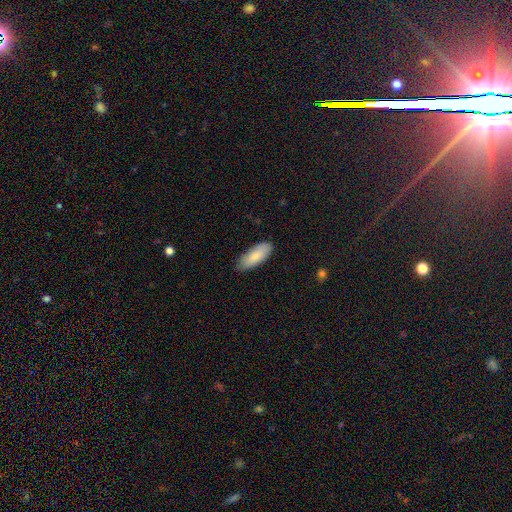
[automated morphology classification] A smooth galaxy with no disk features (80%) that is in between round and cigar-shaped (77%).

Vote fractions:
- Smooth or featured? smooth: 80% / featured or disk: 15% / star or artifact: 6%
- How rounded? in between: 77% / cigar-shaped: 21% / round: 2%
- Merging? none: 84% / minor disturbance: 13% / major disturbance: 2% / merger: 1%